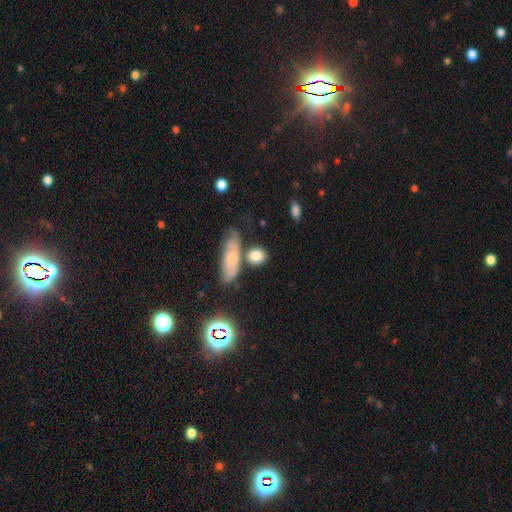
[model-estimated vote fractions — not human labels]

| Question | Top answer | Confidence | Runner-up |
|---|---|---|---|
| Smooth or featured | smooth | 78% | featured or disk (12%) |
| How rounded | round | 63% | in between (30%) |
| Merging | none | 63% | merger (17%) |